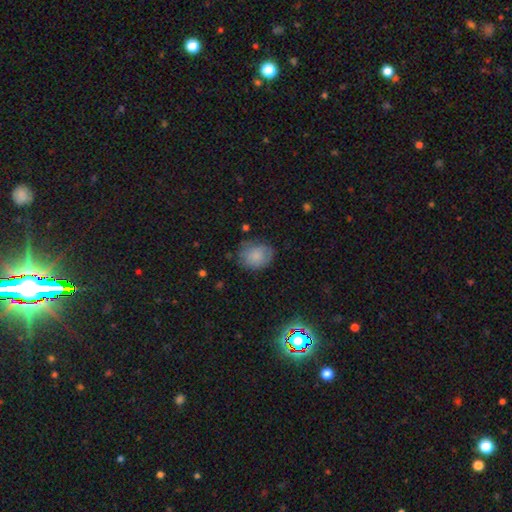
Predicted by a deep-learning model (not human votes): Smooth or featured?
  - smooth: 80% *
  - featured or disk: 11%
  - star or artifact: 9%
How rounded?
  - round: 51% *
  - in between: 48%
  - cigar-shaped: 1%
Merging?
  - none: 68% *
  - minor disturbance: 23%
  - major disturbance: 7%
  - merger: 2%